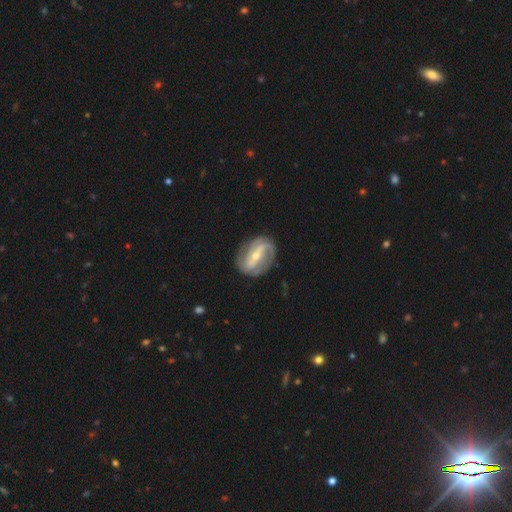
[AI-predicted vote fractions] A featured or disk galaxy (86%) with a strong bar (58%), 2 (59%) tight (41%) spiral arms (93%) and a small central bulge (51%). Merging: none (77%).